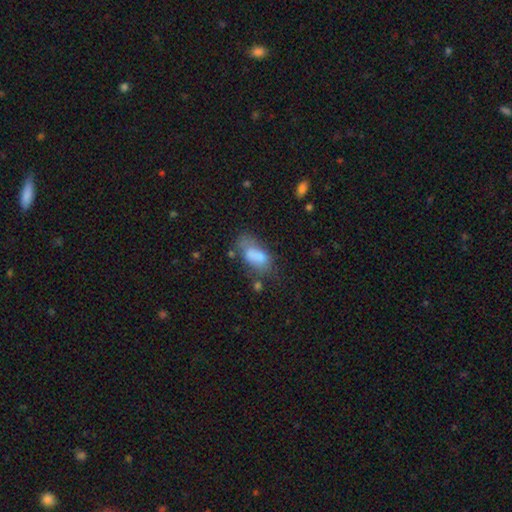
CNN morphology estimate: Smooth or featured? smooth (69%)
How rounded? in between (89%)
Merging? none (32%)